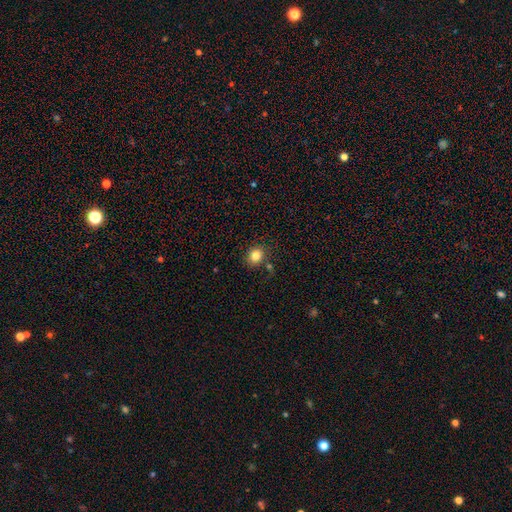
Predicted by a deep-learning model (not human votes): smooth_or_featured: smooth (p=0.83) [alt: star or artifact p=0.11]
how_rounded: round (p=0.69) [alt: in between p=0.31]
merging: none (p=0.79) [alt: minor disturbance p=0.11]